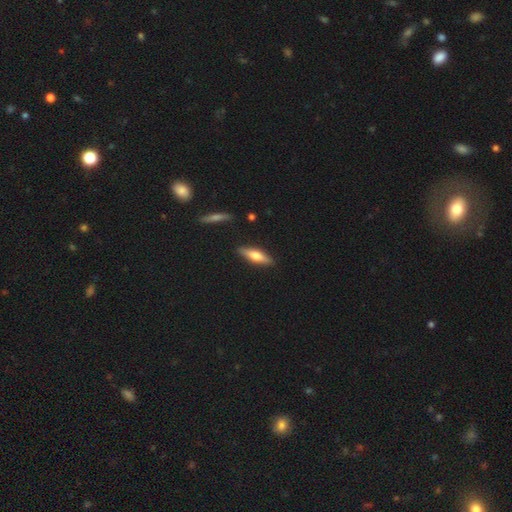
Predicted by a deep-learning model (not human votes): Smooth or featured?
  - smooth: 53% *
  - featured or disk: 41%
  - star or artifact: 6%
How rounded?
  - cigar-shaped: 65% *
  - in between: 33%
  - round: 2%
Merging?
  - none: 88% *
  - minor disturbance: 9%
  - merger: 2%
  - major disturbance: 2%